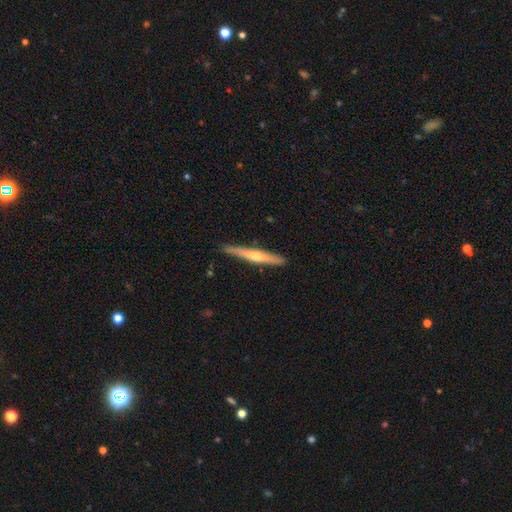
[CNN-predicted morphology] Smooth or featured: featured or disk — 62% (smooth — 32%)
Edge-on disk: yes — 96% (no — 4%)
Edge-on bulge: rounded — 80% (none — 17%)
Merging: none — 89% (minor disturbance — 9%)